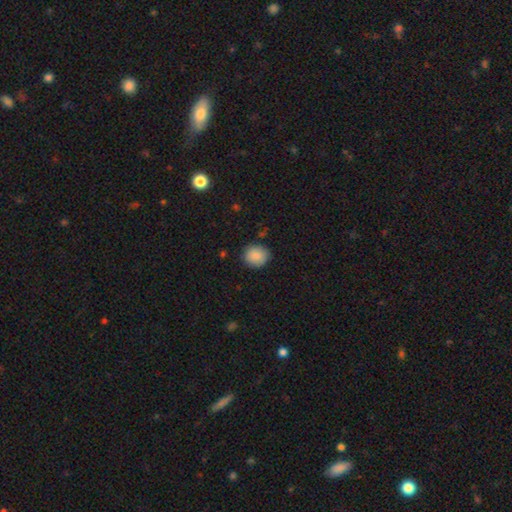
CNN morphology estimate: Smooth or featured? Predicted: smooth (p=0.88). How rounded? Predicted: round (p=0.80). Merging? Predicted: none (p=0.86).